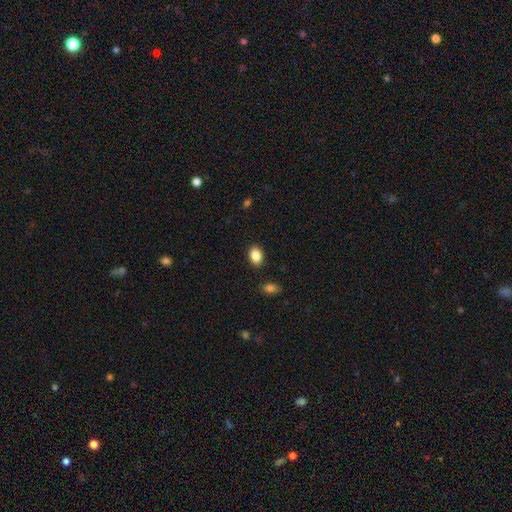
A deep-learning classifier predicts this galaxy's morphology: This is clearly a smooth galaxy (86%). How rounded: likely in between (79%). Merging: clearly none (89%).